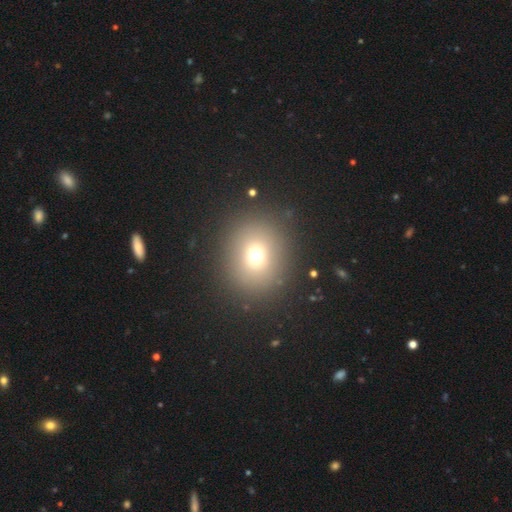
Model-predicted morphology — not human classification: Smooth or featured? Predicted: smooth (p=0.70). How rounded? Predicted: round (p=0.81). Merging? Predicted: none (p=0.88).